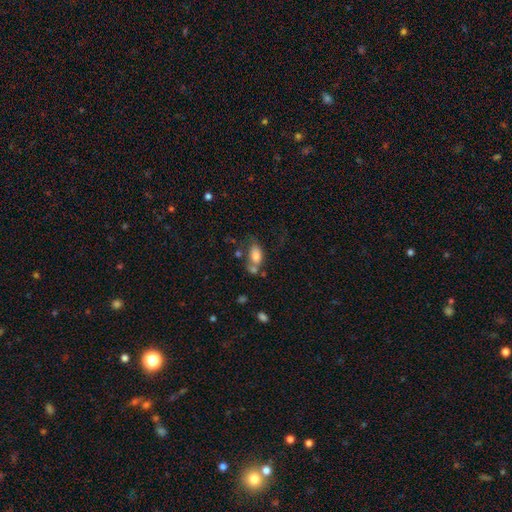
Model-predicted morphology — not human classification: The model was most divided on "merging": none: 39%, merger: 31%, minor disturbance: 19%, major disturbance: 12%. More confident: how rounded — in between (89%); smooth or featured — smooth (78%).